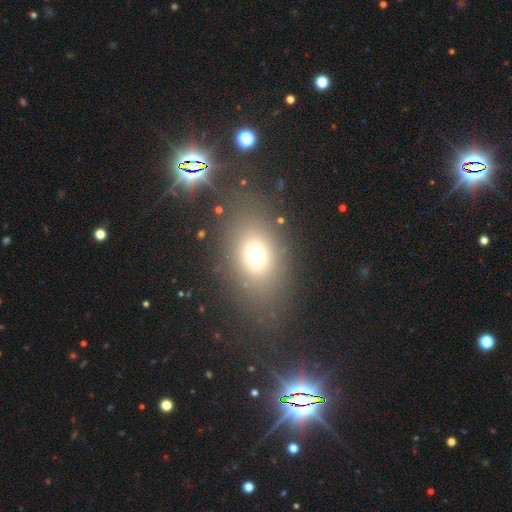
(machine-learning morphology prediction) type=smooth (68%); roundness=in between (63%); merging=none (75%).